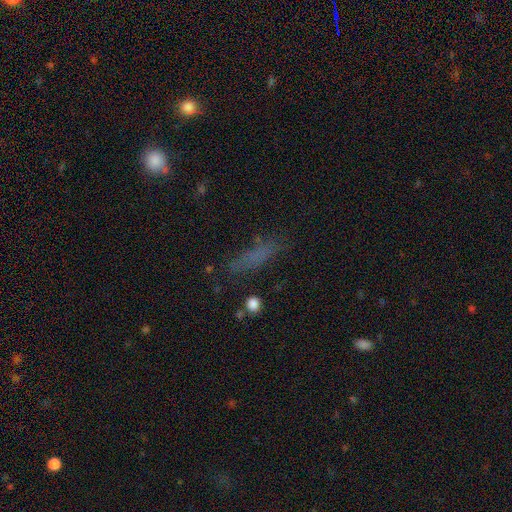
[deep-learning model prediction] Smooth or featured? smooth (62%)
How rounded? cigar-shaped (69%)
Merging? none (71%)